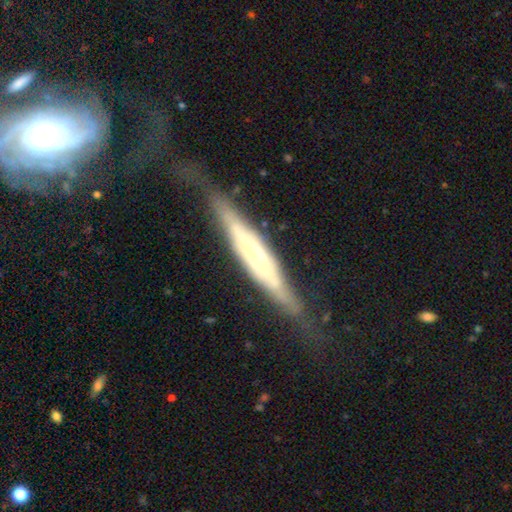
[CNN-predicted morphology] smooth-or-featured: featured or disk: 73% | smooth: 21% | star or artifact: 6%
  disk-edge-on: yes: 79% | no: 21%
    edge-on-bulge: rounded: 62% | boxy: 19% | none: 19%
  merging: none: 61% | minor disturbance: 23% | major disturbance: 14% | merger: 3%